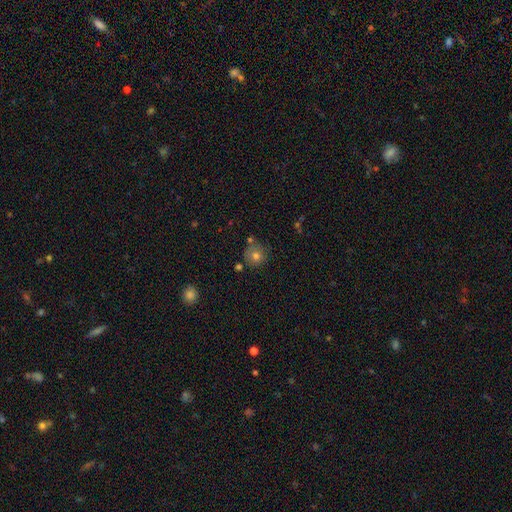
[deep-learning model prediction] This is likely a smooth galaxy (74%). How rounded: clearly round (89%). Merging: likely none (68%).